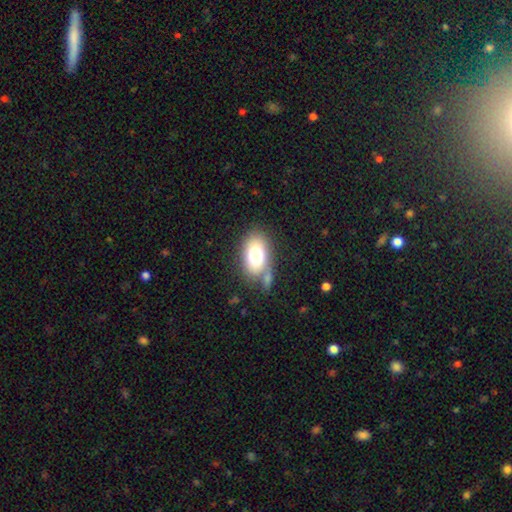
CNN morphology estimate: smooth-or-featured: smooth: 77% | featured or disk: 15% | star or artifact: 8%
  how-rounded: in between: 89% | round: 9% | cigar-shaped: 2%
  merging: none: 62% | minor disturbance: 18% | merger: 12% | major disturbance: 8%